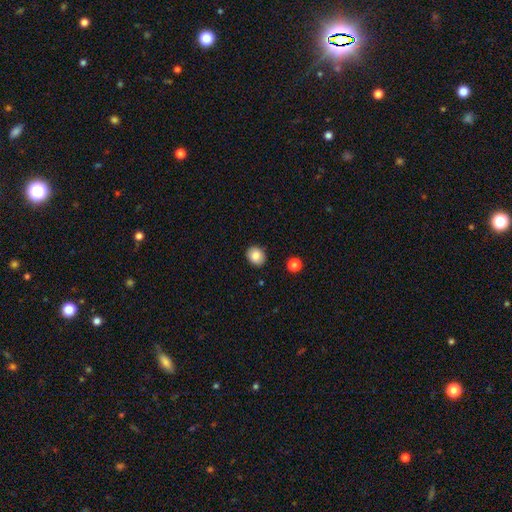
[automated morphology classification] smooth-or-featured: smooth: 86% | star or artifact: 9% | featured or disk: 6%
  how-rounded: round: 63% | in between: 36% | cigar-shaped: 1%
  merging: none: 89% | minor disturbance: 8% | major disturbance: 2% | merger: 2%